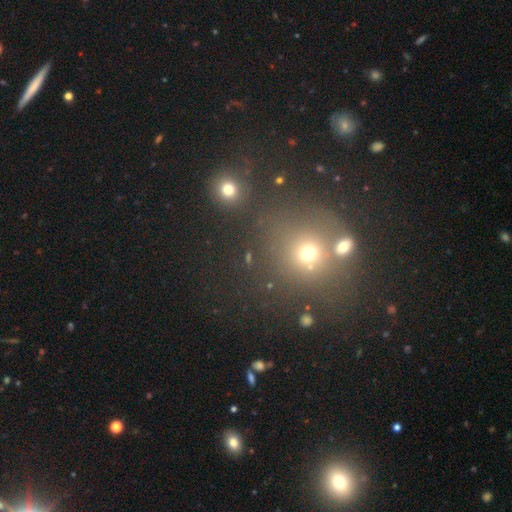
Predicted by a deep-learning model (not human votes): This appears to be a smooth galaxy with no disk features (52%) that is round (88%). Merging: none (73%).